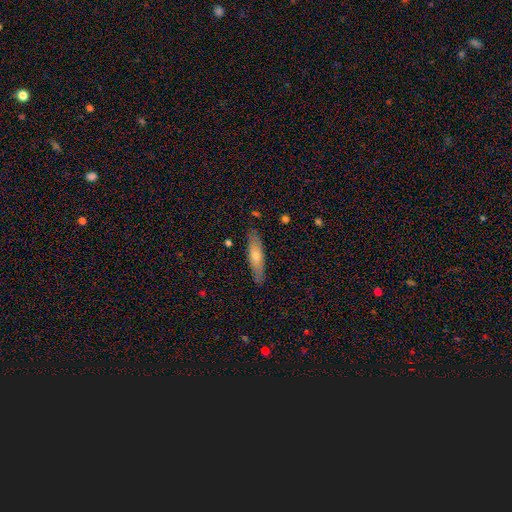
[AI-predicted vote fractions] A smooth galaxy with no disk features (56%) that is cigar-shaped (69%). Merging: none (86%).